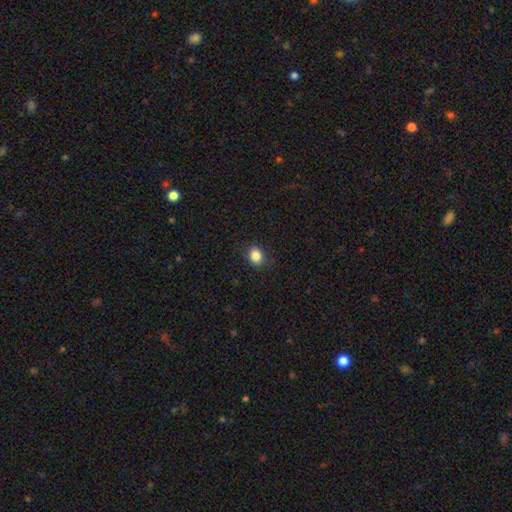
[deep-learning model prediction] This appears to be a smooth galaxy with no disk features (85%) that is round (54%). Merging: none (88%).